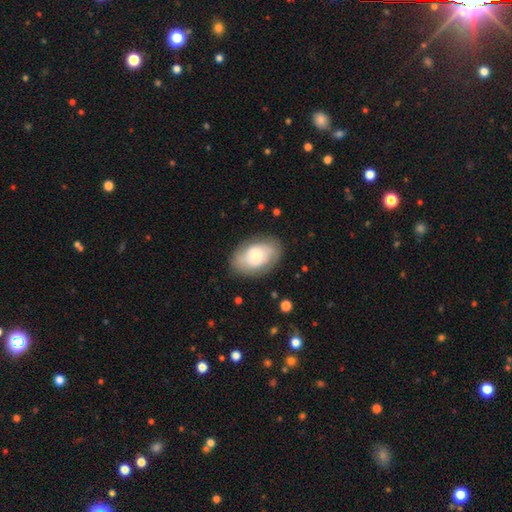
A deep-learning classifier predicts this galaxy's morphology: smooth 53%, featured or disk 40%, star or artifact 7%. Down the decision tree: how rounded — in between (86%); merging — none (77%).